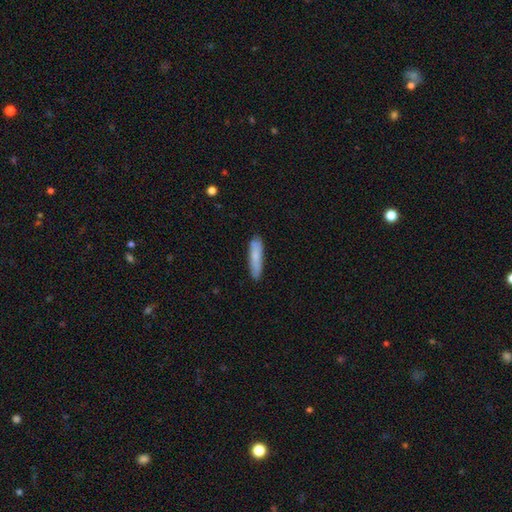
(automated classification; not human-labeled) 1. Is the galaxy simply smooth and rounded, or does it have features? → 78% smooth, 16% featured or disk, 6% star or artifact.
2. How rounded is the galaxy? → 82% cigar-shaped, 16% in between, 1% round.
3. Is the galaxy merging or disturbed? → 84% none, 13% minor disturbance, 2% major disturbance, 1% merger.